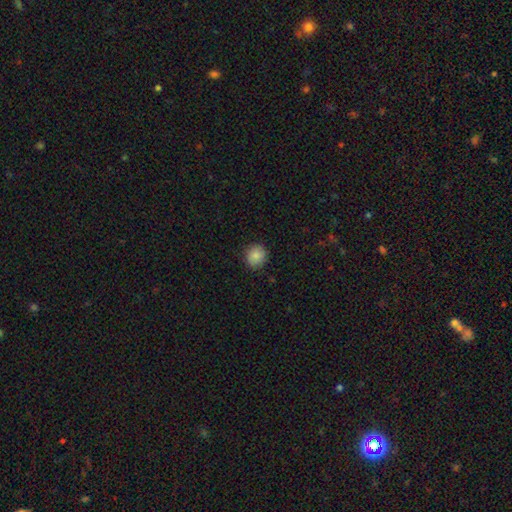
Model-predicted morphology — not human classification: This is clearly a smooth galaxy (86%). How rounded: clearly round (85%). Merging: clearly none (87%).